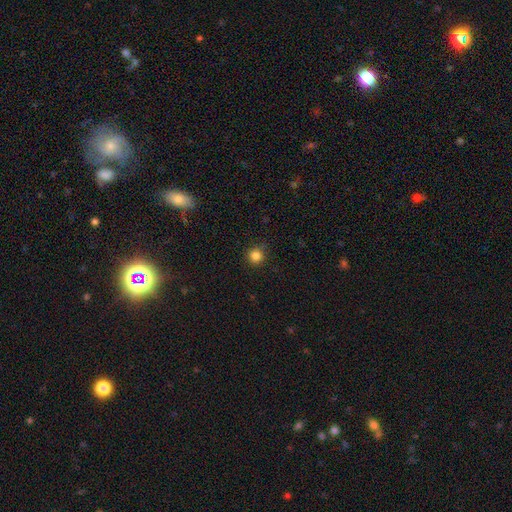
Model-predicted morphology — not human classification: smooth 84%, star or artifact 12%, featured or disk 4%. Down the decision tree: how rounded — round (94%); merging — none (85%).